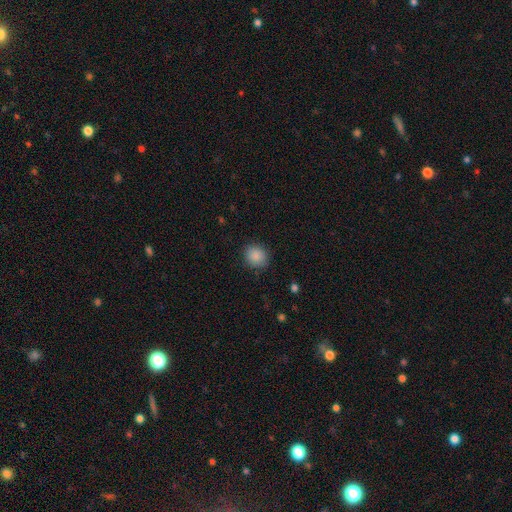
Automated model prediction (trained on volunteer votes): smooth 88%, star or artifact 9%, featured or disk 3%. Down the decision tree: how rounded — round (78%); merging — none (88%).